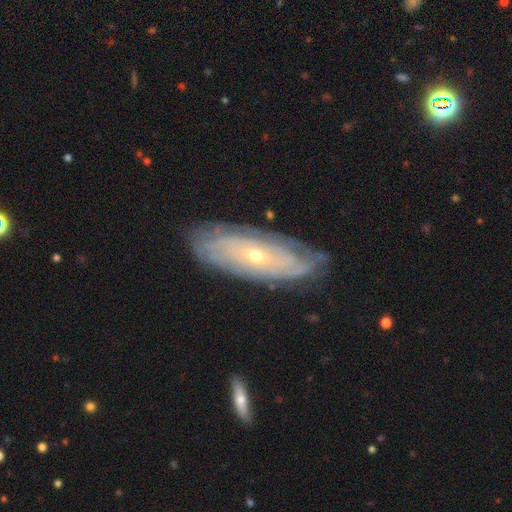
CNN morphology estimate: Overall: featured or disk (78%). Edge-on disk: no (85%). Bar: no (72%). Spiral arms: yes (84%). Spiral arm count: can't tell (63%). Spiral winding: tight (78%). Bulge size: small (63%; moderate 34%). Merging: none (77%).